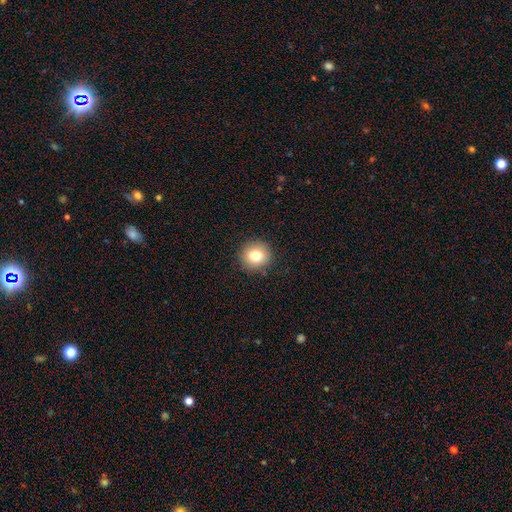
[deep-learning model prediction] Smooth or featured: smooth — 80% (star or artifact — 10%)
How rounded: round — 92% (in between — 7%)
Merging: none — 90% (minor disturbance — 7%)